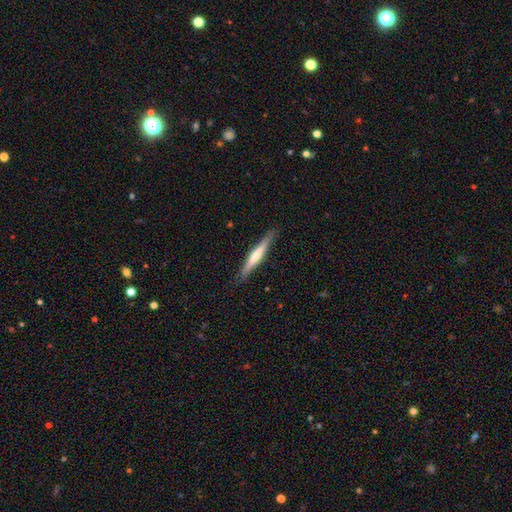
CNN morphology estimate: This appears to be a featured or disk galaxy (57%) viewed edge-on (97%) with a rounded central bulge (64%). Merging: none (89%).